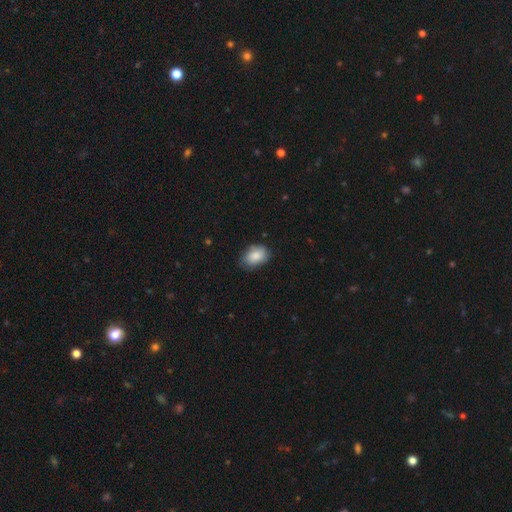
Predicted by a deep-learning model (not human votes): Smooth or featured: smooth — 85% (featured or disk — 8%)
How rounded: in between — 83% (round — 16%)
Merging: none — 72% (minor disturbance — 23%)